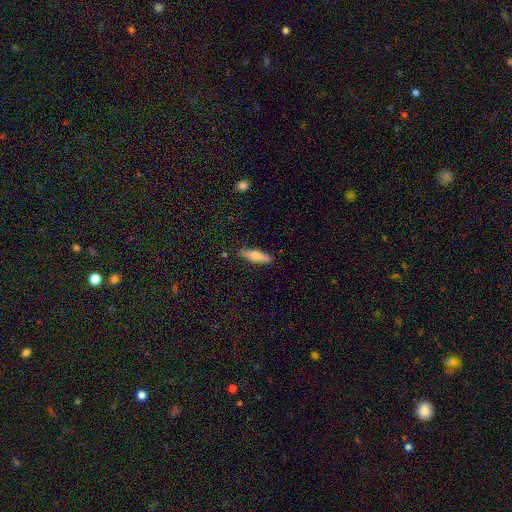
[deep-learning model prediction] Smooth or featured? smooth (56%)
How rounded? cigar-shaped (77%)
Merging? none (87%)